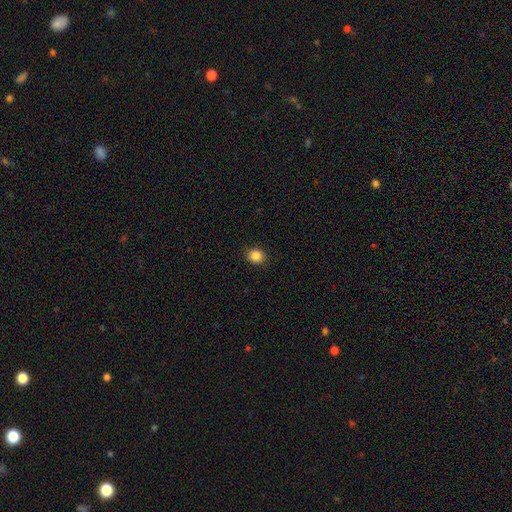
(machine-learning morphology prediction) This appears to be a smooth galaxy with no disk features (86%) that is round (79%). Merging: none (91%).